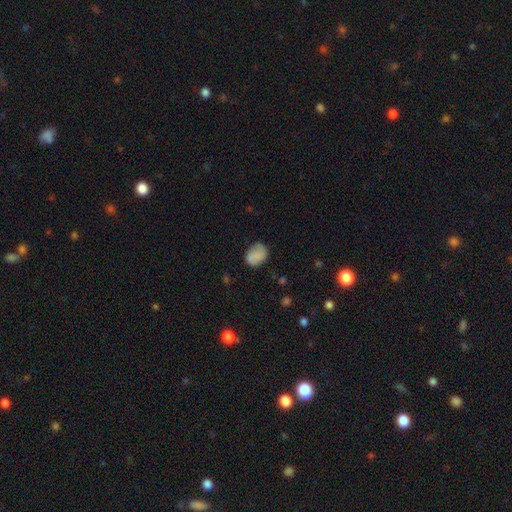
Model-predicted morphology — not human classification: Q: Smooth or featured?
A: smooth (72%); runner-up: featured or disk (19%)
Q: How rounded?
A: in between (55%); runner-up: round (44%)
Q: Merging?
A: none (66%); runner-up: minor disturbance (24%)